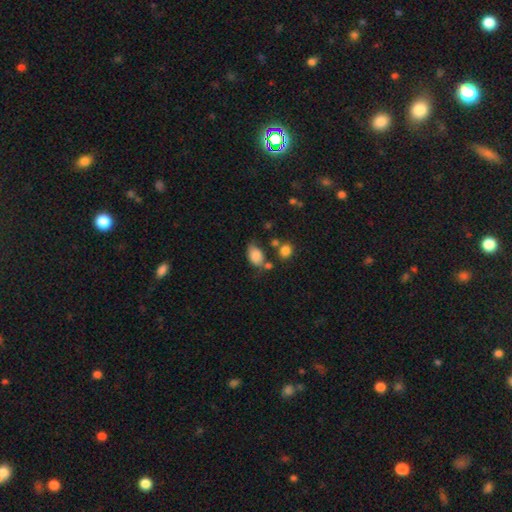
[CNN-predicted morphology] smooth 84%, star or artifact 9%, featured or disk 7%. Down the decision tree: how rounded — in between (83%); merging — none (54%).